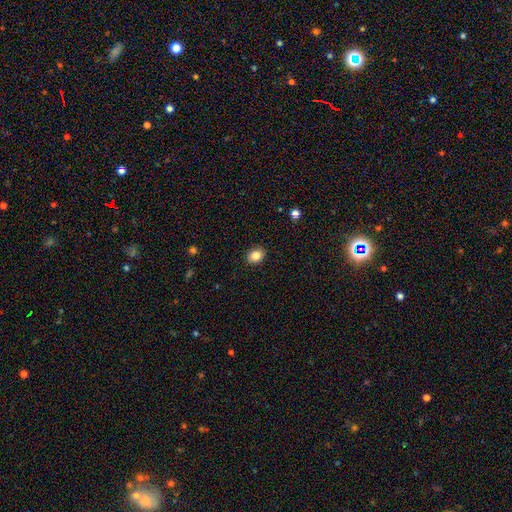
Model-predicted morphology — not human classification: Smooth or featured? smooth (86%)
How rounded? in between (56%)
Merging? none (90%)